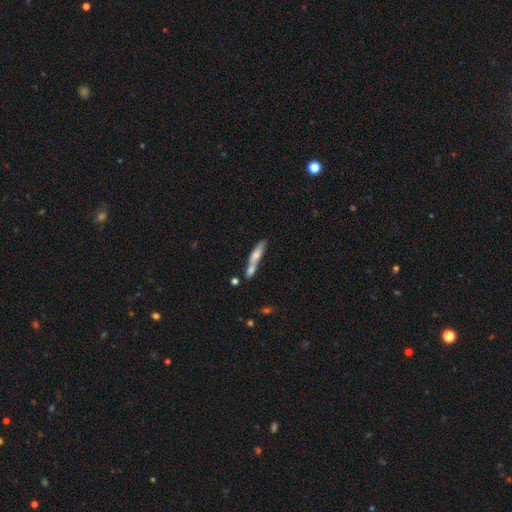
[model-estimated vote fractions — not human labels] smooth-or-featured: smooth: 64% | featured or disk: 29% | star or artifact: 7%
  how-rounded: cigar-shaped: 76% | in between: 21% | round: 2%
  merging: merger: 47% | none: 34% | minor disturbance: 13% | major disturbance: 6%